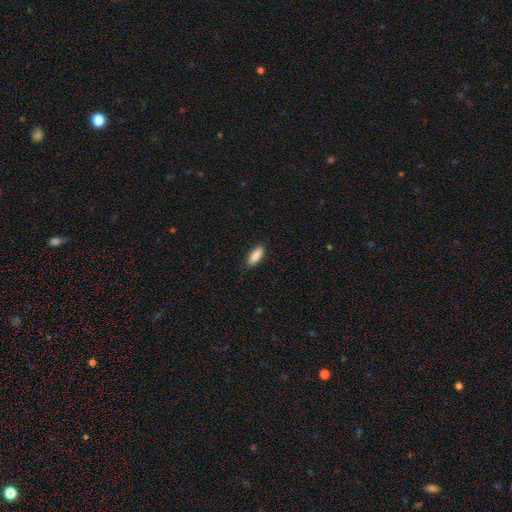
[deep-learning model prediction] Smooth or featured? smooth (90%)
How rounded? in between (75%)
Merging? none (87%)